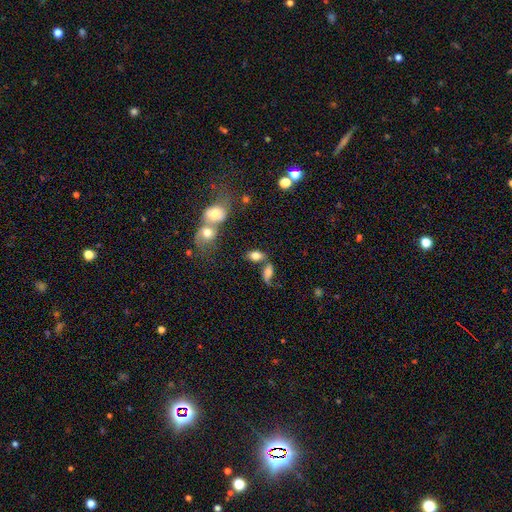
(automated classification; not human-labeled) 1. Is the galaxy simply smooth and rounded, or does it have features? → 72% smooth, 17% featured or disk, 11% star or artifact.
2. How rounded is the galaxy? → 83% in between, 13% round, 5% cigar-shaped.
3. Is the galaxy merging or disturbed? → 42% none, 36% merger, 13% minor disturbance, 8% major disturbance.